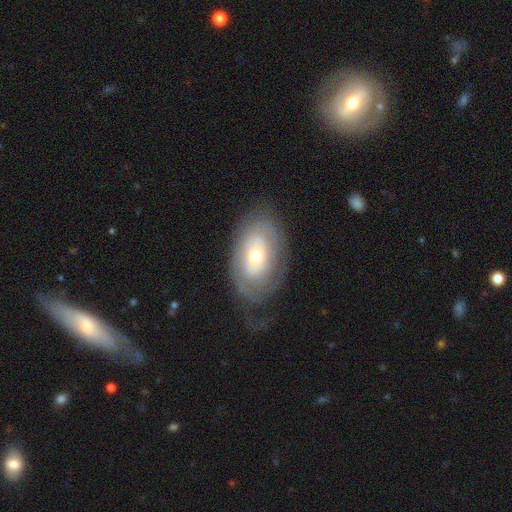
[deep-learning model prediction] A featured or disk galaxy (63%) with no bar (80%), spiral arms (61%) and a small central bulge (47%).

Vote fractions:
- Smooth or featured? featured or disk: 63% / smooth: 31% / star or artifact: 7%
- Edge-on disk? no: 93% / yes: 7%
- Bar? no: 80% / weak: 16% / strong: 5%
- Spiral arms? yes: 61% / no: 39%
- Bulge size? small: 47% / moderate: 46% / large: 4% / dominant: 1% / none: 1%
- Merging? none: 62% / minor disturbance: 21% / major disturbance: 15% / merger: 2%